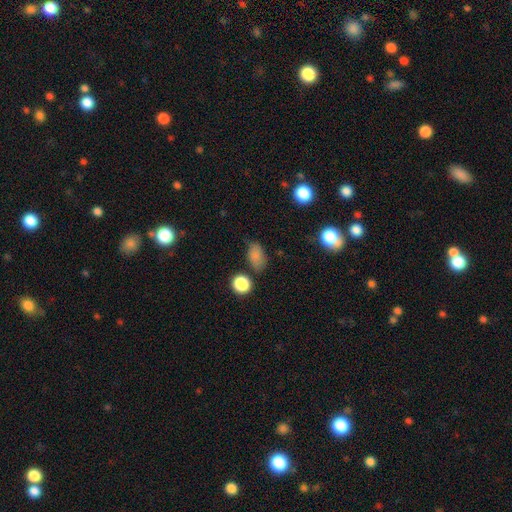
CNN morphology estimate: smooth 81%, star or artifact 12%, featured or disk 6%. Down the decision tree: how rounded — in between (85%); merging — none (72%).